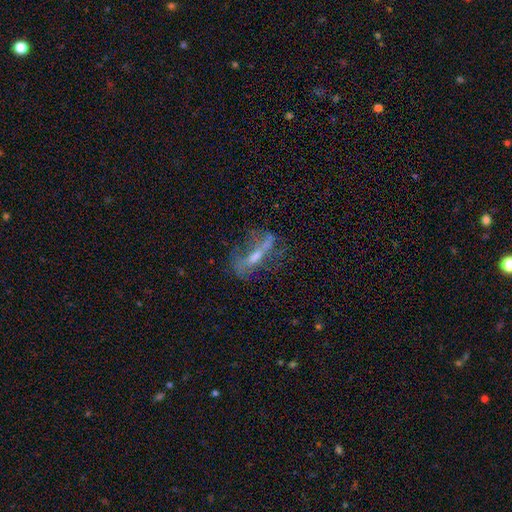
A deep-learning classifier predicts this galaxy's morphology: This appears to be a featured or disk galaxy (65%). Merging: none (50%).